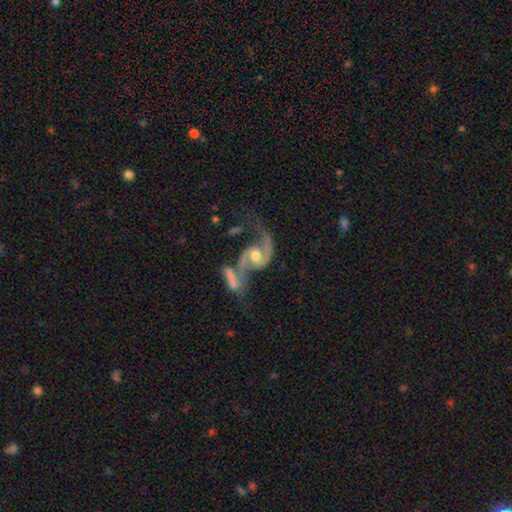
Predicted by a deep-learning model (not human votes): The model was most divided on "merging": merger: 36%, none: 34%, minor disturbance: 15%, major disturbance: 15%. More confident: edge-on disk — no (97%); spiral arms — yes (96%); spiral arm count — 2 (91%); smooth or featured — featured or disk (88%); bulge size — moderate (73%); bar — no (57%); spiral winding — loose (55%).